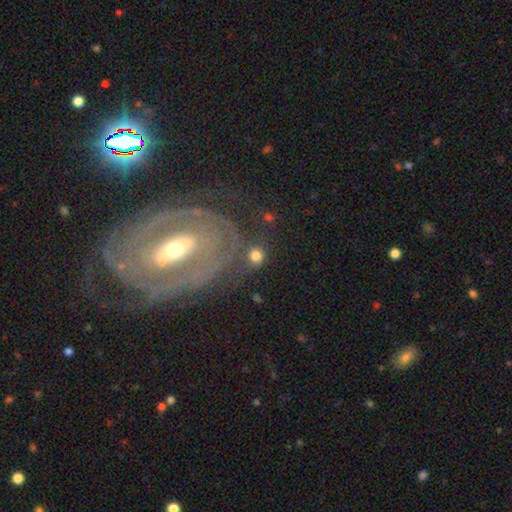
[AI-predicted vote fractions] A smooth galaxy with no disk features (72%) that is round (87%).

Vote fractions:
- Smooth or featured? smooth: 72% / featured or disk: 15% / star or artifact: 14%
- How rounded? round: 87% / in between: 11% / cigar-shaped: 1%
- Merging? none: 73% / minor disturbance: 12% / merger: 8% / major disturbance: 7%